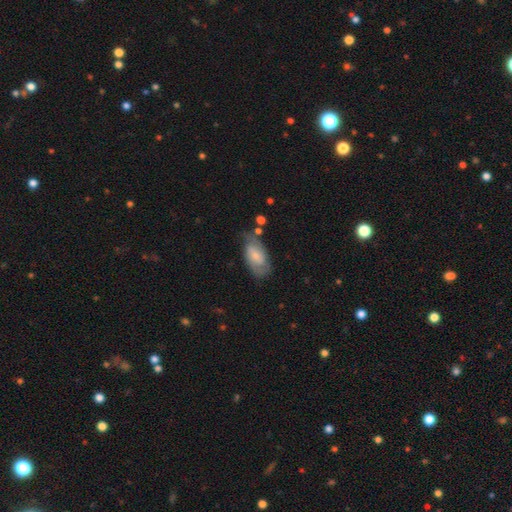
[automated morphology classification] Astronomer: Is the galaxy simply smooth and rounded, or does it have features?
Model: featured or disk — 56% (runner-up: smooth, 37%).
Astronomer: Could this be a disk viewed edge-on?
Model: no — 94%.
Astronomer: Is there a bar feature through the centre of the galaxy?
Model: no — 55% (runner-up: weak, 36%).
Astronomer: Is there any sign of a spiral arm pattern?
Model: yes — 86%.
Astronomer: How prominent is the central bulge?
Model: small — 57%.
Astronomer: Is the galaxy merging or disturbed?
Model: none — 60%.